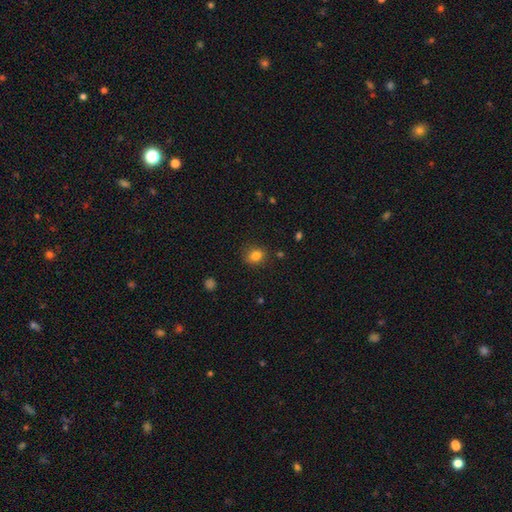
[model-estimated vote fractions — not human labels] Morphology: type=smooth (82%); roundness=round (65%); merging=none (82%).